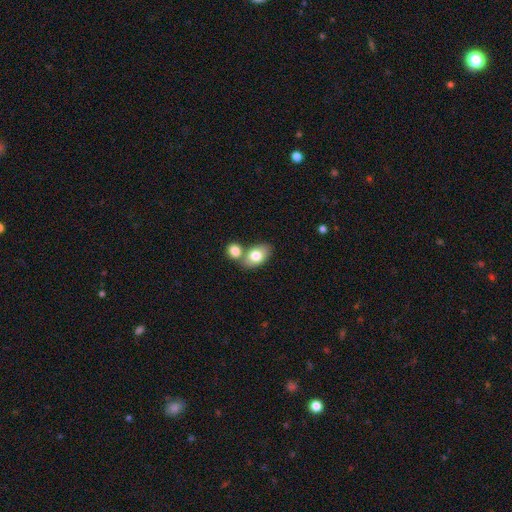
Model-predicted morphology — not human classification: smooth_or_featured: smooth (p=0.78) [alt: featured or disk p=0.15]
how_rounded: in between (p=0.82) [alt: round p=0.17]
merging: merger (p=0.44) [alt: none p=0.43]